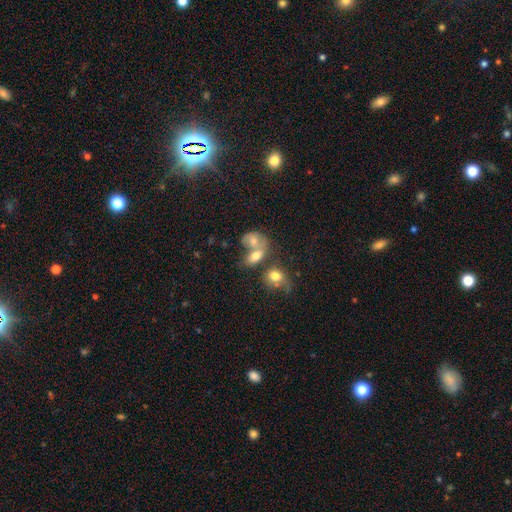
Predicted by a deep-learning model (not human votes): Smooth or featured?
  - smooth: 70% *
  - featured or disk: 20%
  - star or artifact: 11%
How rounded?
  - in between: 70% *
  - round: 28%
  - cigar-shaped: 2%
Merging?
  - merger: 62% *
  - none: 23%
  - minor disturbance: 9%
  - major disturbance: 7%